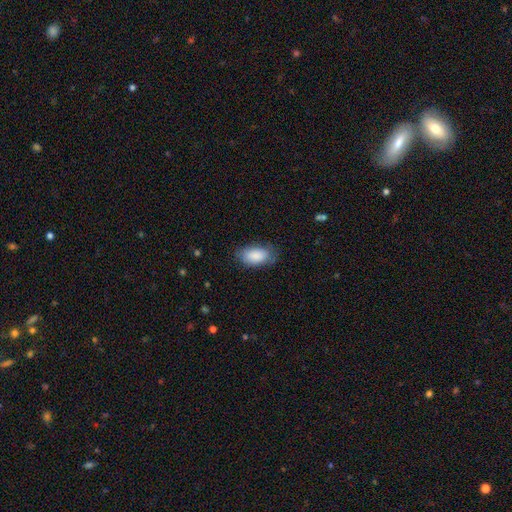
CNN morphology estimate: smooth-or-featured: smooth: 87% | featured or disk: 7% | star or artifact: 6%
  how-rounded: in between: 94% | round: 3% | cigar-shaped: 3%
  merging: none: 74% | minor disturbance: 20% | major disturbance: 5% | merger: 1%